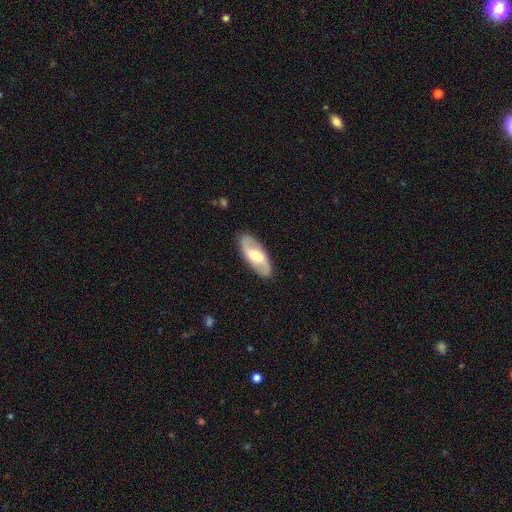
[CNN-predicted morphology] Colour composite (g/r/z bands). It shows a featured or disk galaxy (65%) with a weak bar (50%), spiral arms (85%) and a moderate central bulge (55%). Merging: none (88%).